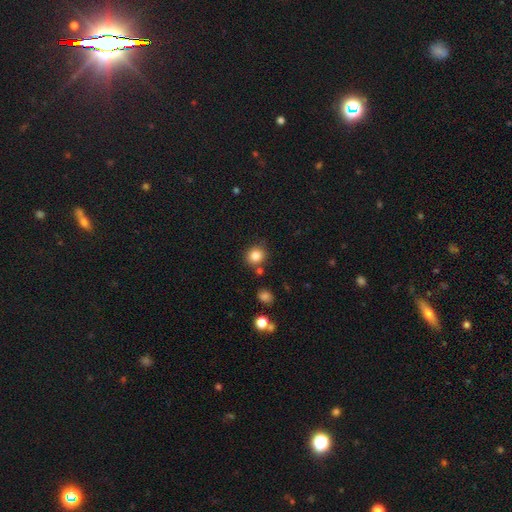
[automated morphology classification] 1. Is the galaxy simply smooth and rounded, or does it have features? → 84% smooth, 11% star or artifact, 5% featured or disk.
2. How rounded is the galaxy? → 79% round, 20% in between, 1% cigar-shaped.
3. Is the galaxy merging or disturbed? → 79% none, 11% minor disturbance, 6% merger, 3% major disturbance.